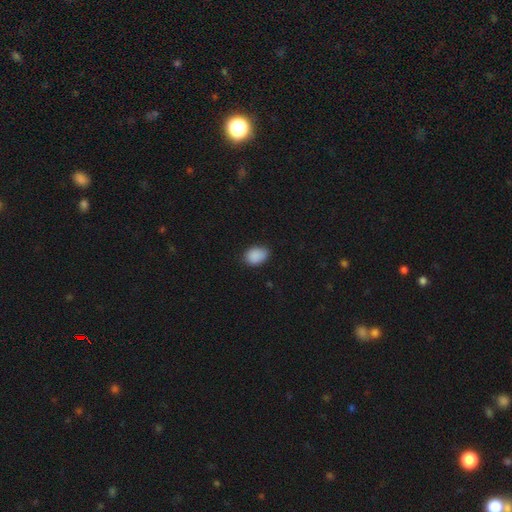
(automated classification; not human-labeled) Smooth or featured? Predicted: smooth (p=0.89). How rounded? Predicted: in between (p=0.75). Merging? Predicted: none (p=0.77).